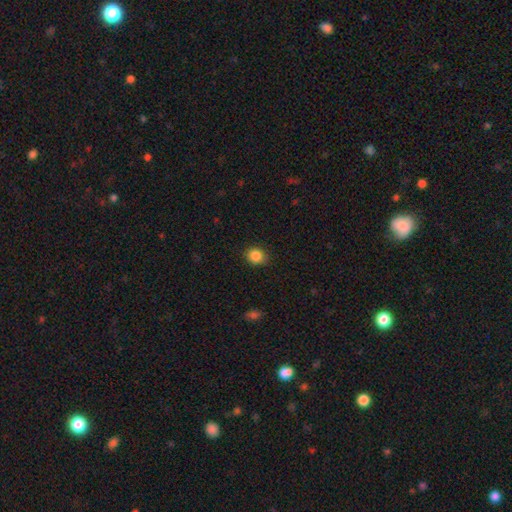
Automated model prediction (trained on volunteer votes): A smooth galaxy with no disk features (86%) that is round (70%).

Vote fractions:
- Smooth or featured? smooth: 86% / star or artifact: 10% / featured or disk: 4%
- How rounded? round: 70% / in between: 29% / cigar-shaped: 1%
- Merging? none: 86% / minor disturbance: 10% / major disturbance: 3% / merger: 1%